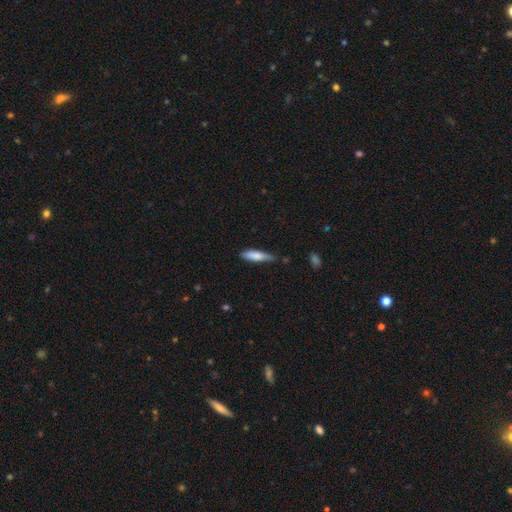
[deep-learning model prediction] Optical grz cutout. It shows a smooth galaxy with no disk features (76%) that is cigar-shaped (75%). Merging: none (65%).